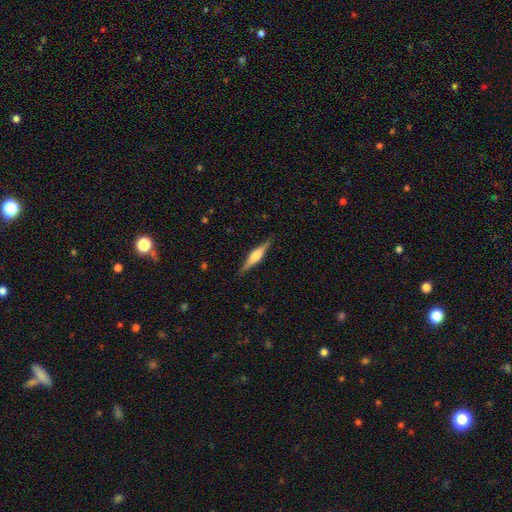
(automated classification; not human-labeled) Q: Smooth or featured?
A: featured or disk (66%); runner-up: smooth (28%)
Q: Edge-on disk?
A: yes (97%); runner-up: no (3%)
Q: Edge-on bulge?
A: rounded (77%); runner-up: boxy (19%)
Q: Merging?
A: none (88%); runner-up: minor disturbance (9%)